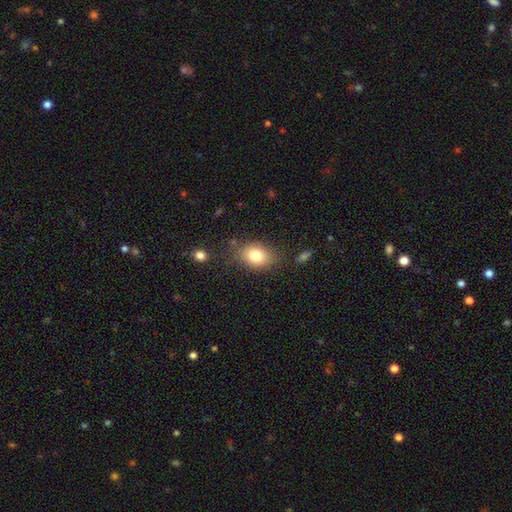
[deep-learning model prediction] A smooth galaxy with no disk features (79%) that is in between round and cigar-shaped (69%).

Vote fractions:
- Smooth or featured? smooth: 79% / featured or disk: 11% / star or artifact: 10%
- How rounded? in between: 69% / round: 30% / cigar-shaped: 1%
- Merging? none: 80% / minor disturbance: 14% / major disturbance: 4% / merger: 3%